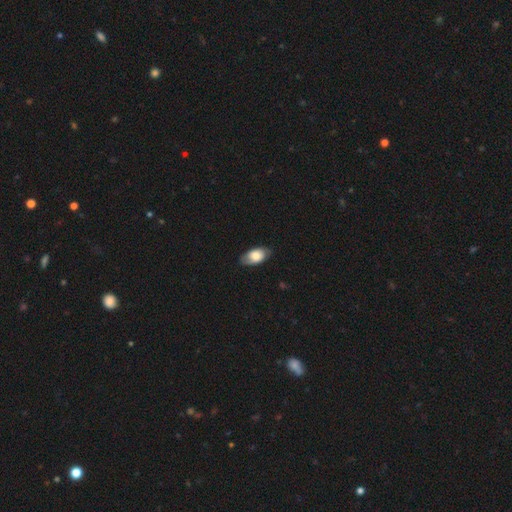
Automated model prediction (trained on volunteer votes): Overall: smooth (70%). How rounded: in between (92%). Merging: none (79%).